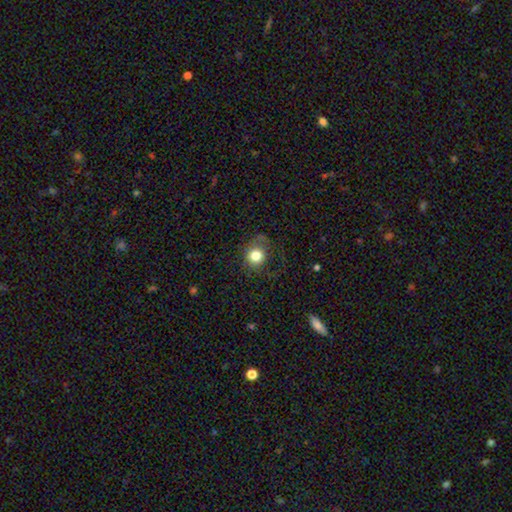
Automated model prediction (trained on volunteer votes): Smooth or featured? Predicted: smooth (p=0.78). How rounded? Predicted: round (p=0.86). Merging? Predicted: none (p=0.67).